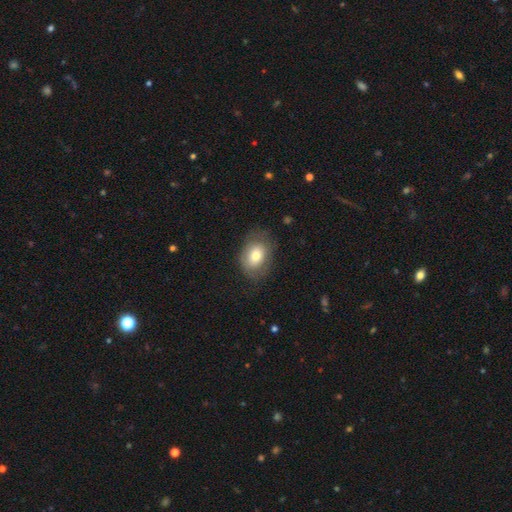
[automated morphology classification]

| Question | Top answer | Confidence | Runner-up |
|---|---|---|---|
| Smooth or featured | smooth | 71% | featured or disk (21%) |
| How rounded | in between | 76% | round (23%) |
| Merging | none | 72% | minor disturbance (19%) |